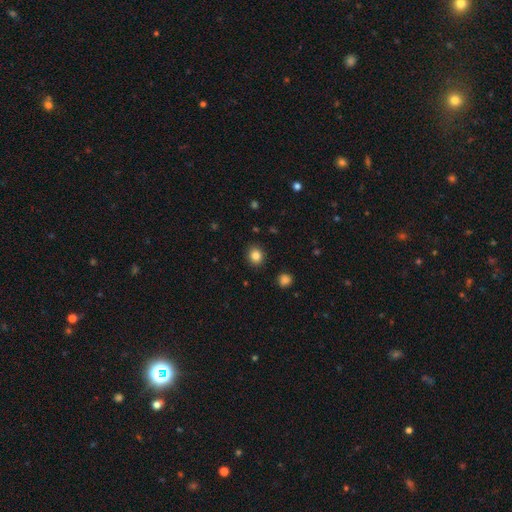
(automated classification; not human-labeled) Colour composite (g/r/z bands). It shows a smooth galaxy with no disk features (84%) that is round (79%). Merging: none (90%).